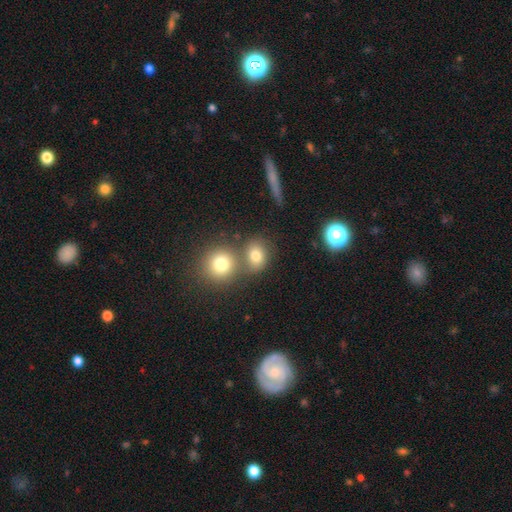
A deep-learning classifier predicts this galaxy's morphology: Smooth or featured? Predicted: smooth (p=0.75). How rounded? Predicted: round (p=0.64). Merging? Predicted: none (p=0.52).